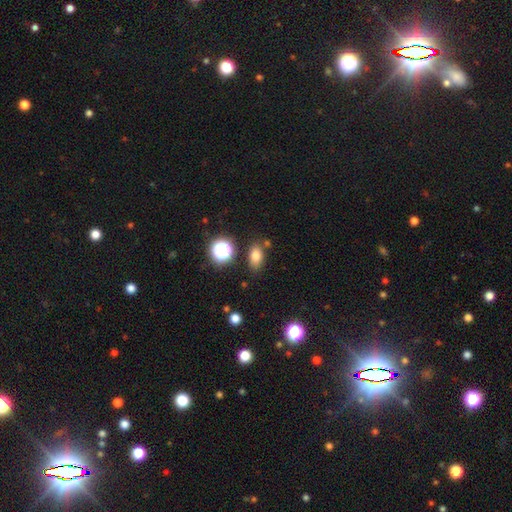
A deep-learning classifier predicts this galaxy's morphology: smooth 77%, star or artifact 14%, featured or disk 9%. Down the decision tree: how rounded — in between (81%); merging — none (78%).